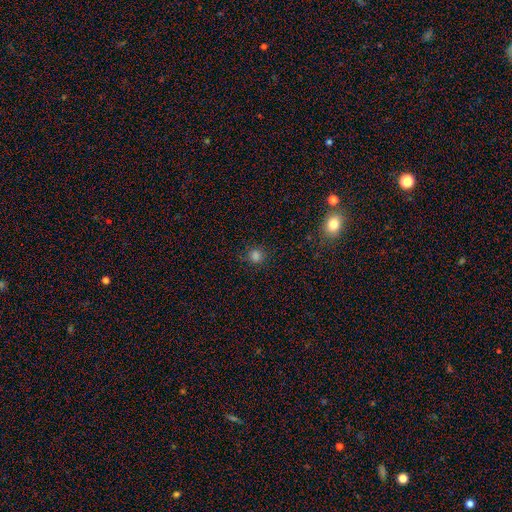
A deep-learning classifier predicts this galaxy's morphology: smooth_or_featured: smooth (p=0.79) [alt: star or artifact p=0.17]
how_rounded: round (p=0.88) [alt: in between p=0.11]
merging: none (p=0.86) [alt: minor disturbance p=0.09]